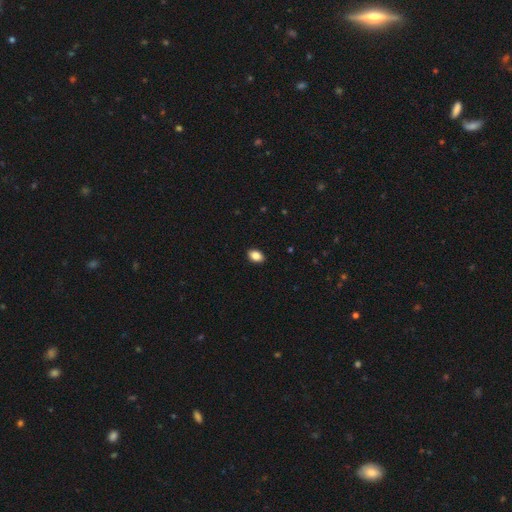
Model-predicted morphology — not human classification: This is clearly a smooth galaxy (86%). How rounded: clearly in between (85%). Merging: clearly none (90%).